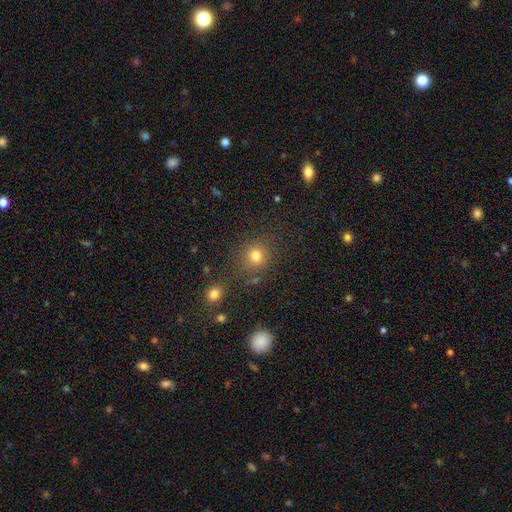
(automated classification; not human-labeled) Q: Smooth or featured?
A: smooth (76%); runner-up: star or artifact (17%)
Q: How rounded?
A: round (86%); runner-up: in between (13%)
Q: Merging?
A: none (77%); runner-up: minor disturbance (11%)